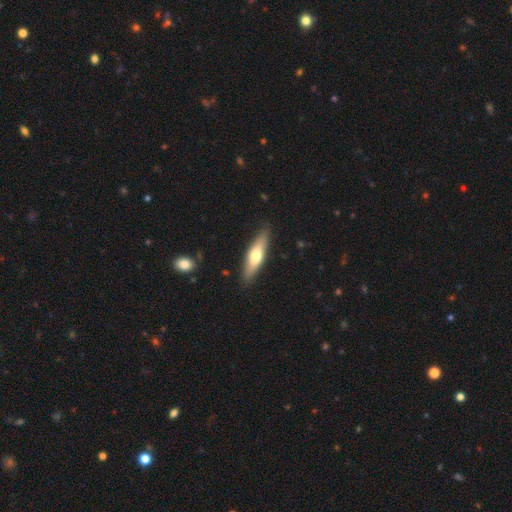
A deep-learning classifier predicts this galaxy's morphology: smooth-or-featured: smooth: 57% | featured or disk: 38% | star or artifact: 5%
  how-rounded: cigar-shaped: 68% | in between: 30% | round: 2%
  merging: none: 87% | minor disturbance: 10% | major disturbance: 2% | merger: 1%